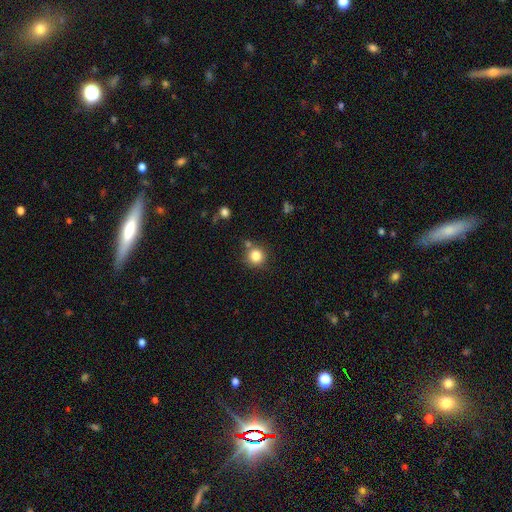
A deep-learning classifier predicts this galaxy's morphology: Smooth or featured? Predicted: smooth (p=0.82). How rounded? Predicted: round (p=0.93). Merging? Predicted: none (p=0.78).